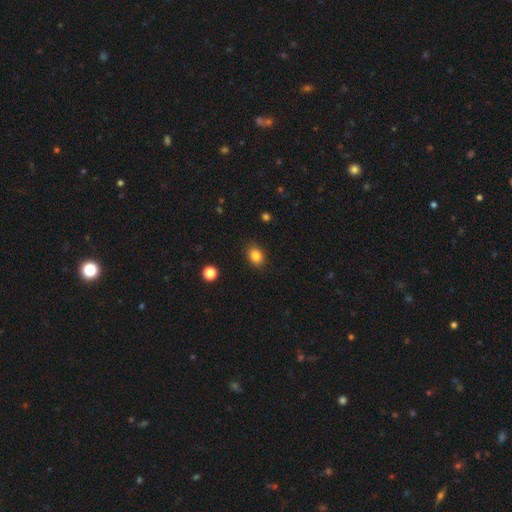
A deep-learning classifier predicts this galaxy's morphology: Smooth or featured? Predicted: smooth (p=0.84). How rounded? Predicted: in between (p=0.68). Merging? Predicted: none (p=0.86).